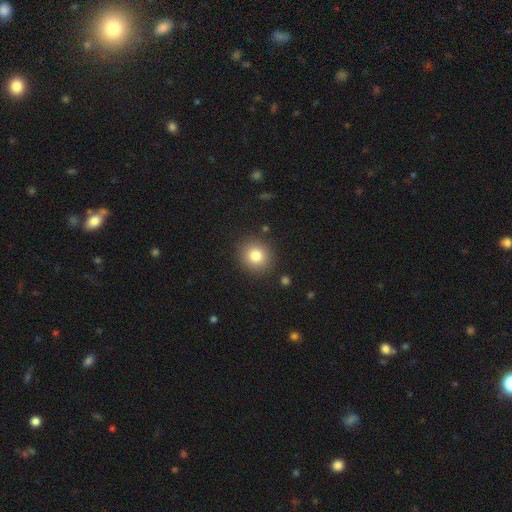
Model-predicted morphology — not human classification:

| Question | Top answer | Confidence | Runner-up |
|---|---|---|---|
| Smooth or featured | smooth | 81% | star or artifact (11%) |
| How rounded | round | 88% | in between (11%) |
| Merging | none | 89% | minor disturbance (7%) |